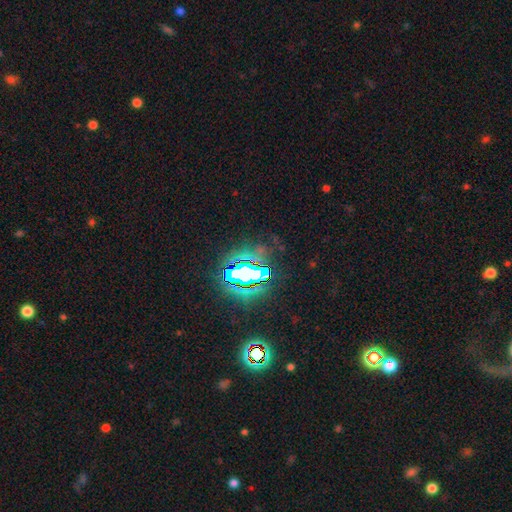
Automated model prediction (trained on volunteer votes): Smooth or featured?
  - star or artifact: 78% *
  - smooth: 11%
  - featured or disk: 11%